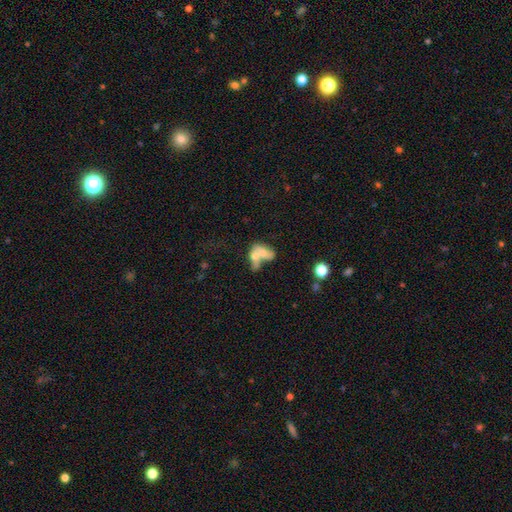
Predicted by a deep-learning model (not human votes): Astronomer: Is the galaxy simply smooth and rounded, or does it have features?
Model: smooth — 56% (runner-up: featured or disk, 34%).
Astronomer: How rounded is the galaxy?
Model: in between — 79%.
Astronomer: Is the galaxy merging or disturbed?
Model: merger — 69%.